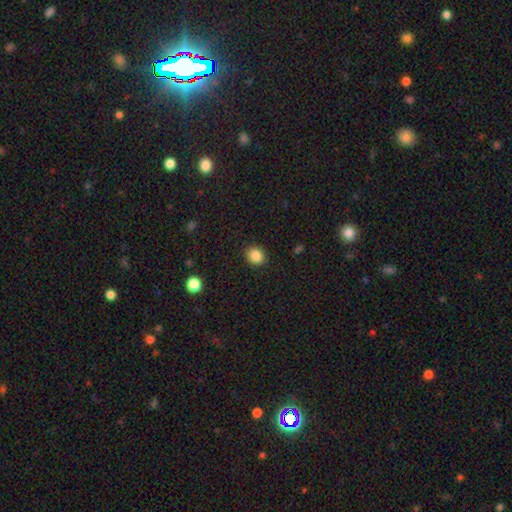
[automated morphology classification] Smooth or featured?
  - smooth: 87% *
  - star or artifact: 10%
  - featured or disk: 3%
How rounded?
  - round: 64% *
  - in between: 36%
  - cigar-shaped: 1%
Merging?
  - none: 90% *
  - minor disturbance: 7%
  - major disturbance: 2%
  - merger: 1%